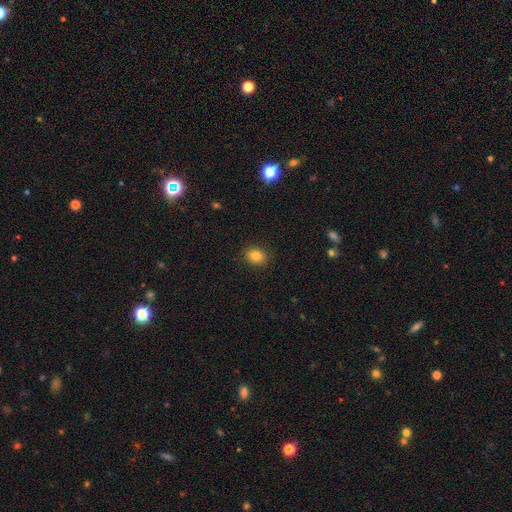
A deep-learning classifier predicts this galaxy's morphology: A smooth galaxy with no disk features (83%) that is in between round and cigar-shaped (52%).

Vote fractions:
- Smooth or featured? smooth: 83% / star or artifact: 11% / featured or disk: 7%
- How rounded? in between: 52% / round: 47% / cigar-shaped: 1%
- Merging? none: 89% / minor disturbance: 8% / major disturbance: 2% / merger: 1%